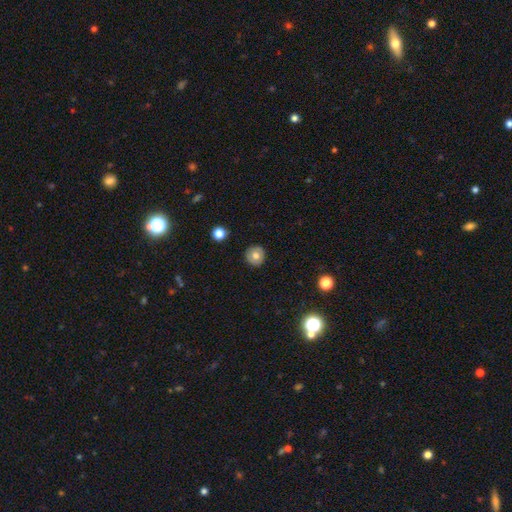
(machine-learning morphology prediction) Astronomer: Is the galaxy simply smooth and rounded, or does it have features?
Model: smooth — 68%.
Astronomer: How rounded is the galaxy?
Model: round — 94%.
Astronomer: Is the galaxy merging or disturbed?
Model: none — 90%.